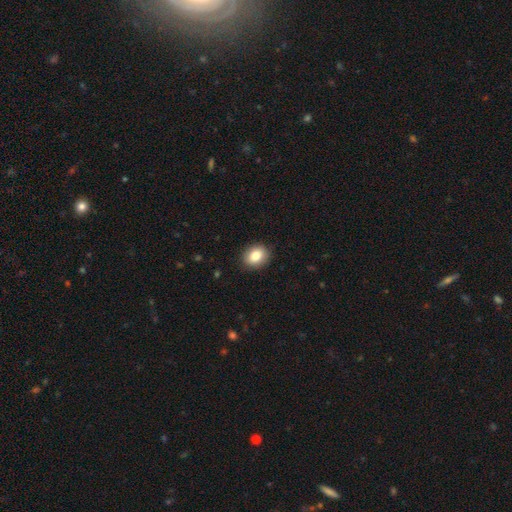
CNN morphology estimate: Smooth or featured: smooth — 83% (star or artifact — 9%)
How rounded: round — 52% (in between — 47%)
Merging: none — 90% (minor disturbance — 7%)